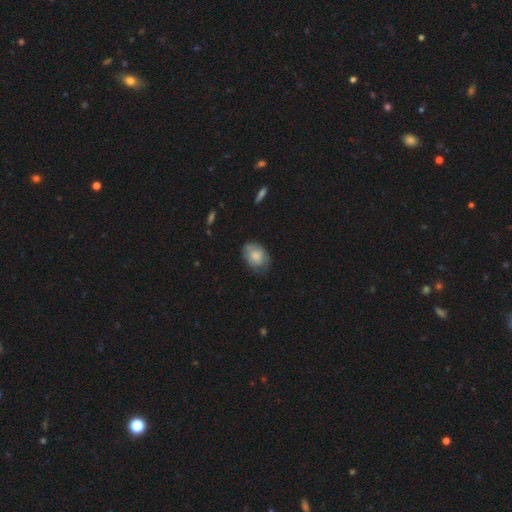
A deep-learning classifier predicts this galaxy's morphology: Q: Smooth or featured?
A: smooth (73%); runner-up: featured or disk (20%)
Q: How rounded?
A: in between (73%); runner-up: round (25%)
Q: Merging?
A: none (64%); runner-up: minor disturbance (27%)